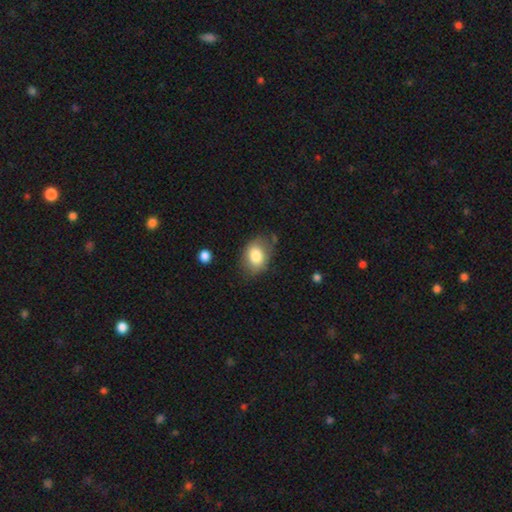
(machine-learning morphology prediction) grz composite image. It shows a smooth galaxy with no disk features (81%) that is in between round and cigar-shaped (70%). Merging: none (68%).